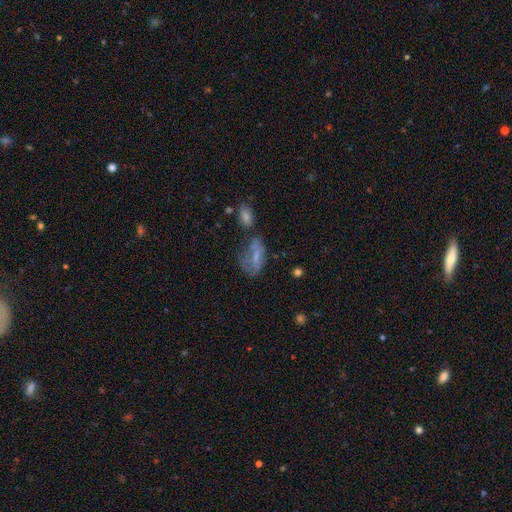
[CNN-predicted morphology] The model was most divided on "merging": none: 35%, minor disturbance: 24%, major disturbance: 23%, merger: 17%. More confident: how rounded — in between (85%); smooth or featured — smooth (50%).